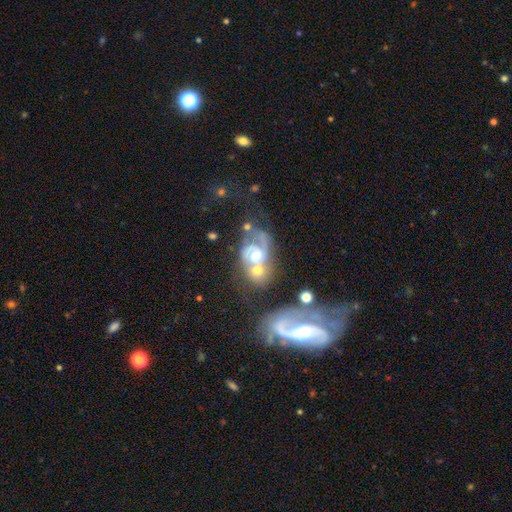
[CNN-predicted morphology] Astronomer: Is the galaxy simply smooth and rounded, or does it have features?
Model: featured or disk — 76%.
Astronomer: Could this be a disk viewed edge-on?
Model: no — 97%.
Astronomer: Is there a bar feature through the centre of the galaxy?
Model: no — 61%.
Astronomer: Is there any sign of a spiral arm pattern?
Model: yes — 86%.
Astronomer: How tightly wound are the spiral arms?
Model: medium — 46% (runner-up: tight, 28%).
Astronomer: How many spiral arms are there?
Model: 2 — 67%.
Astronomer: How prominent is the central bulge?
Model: moderate — 58%.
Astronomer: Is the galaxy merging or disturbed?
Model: merger — 61%.